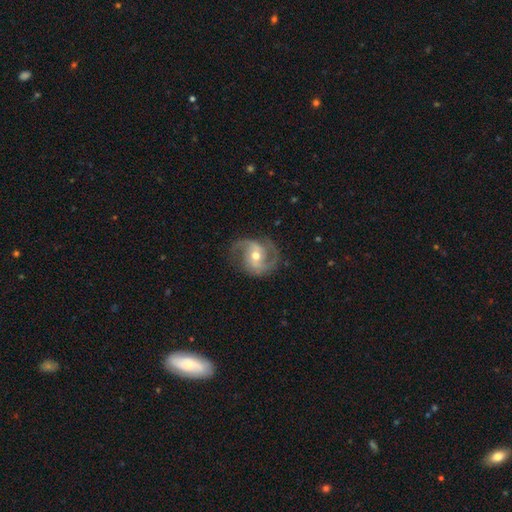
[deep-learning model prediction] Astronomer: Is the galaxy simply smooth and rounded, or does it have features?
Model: featured or disk — 89%.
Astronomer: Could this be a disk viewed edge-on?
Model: no — 98%.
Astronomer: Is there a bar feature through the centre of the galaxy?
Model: no — 42% (runner-up: weak, 39%).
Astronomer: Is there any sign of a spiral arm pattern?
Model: yes — 97%.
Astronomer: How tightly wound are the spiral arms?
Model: medium — 55%.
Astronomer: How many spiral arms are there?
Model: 2 — 88%.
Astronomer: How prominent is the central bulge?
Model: moderate — 70%.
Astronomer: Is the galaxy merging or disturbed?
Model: none — 77%.